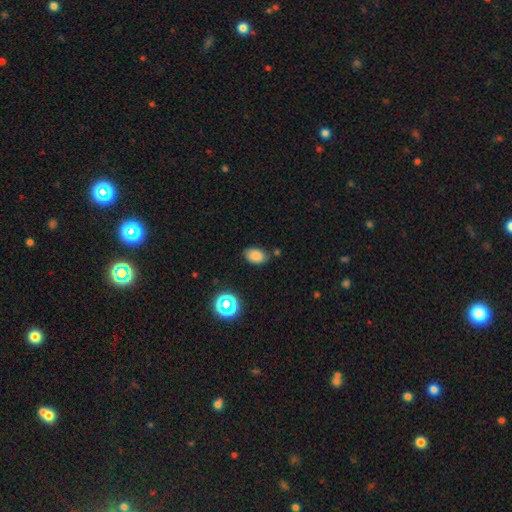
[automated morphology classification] The model was most divided on "merging": none: 78%, minor disturbance: 15%, merger: 4%, major disturbance: 3%. More confident: how rounded — in between (86%); smooth or featured — smooth (80%).